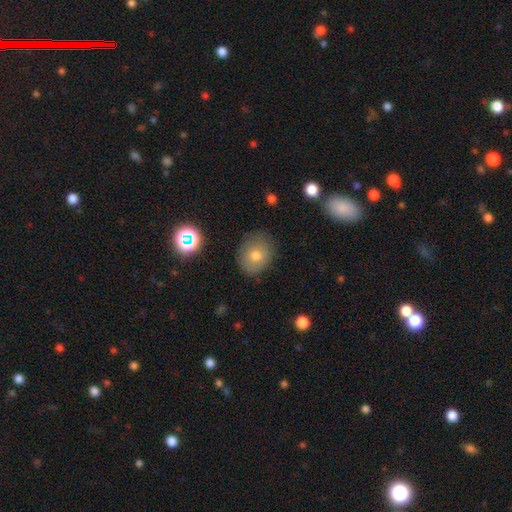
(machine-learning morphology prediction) This is likely a smooth galaxy (71%). How rounded: likely round (67%). Merging: likely none (80%).